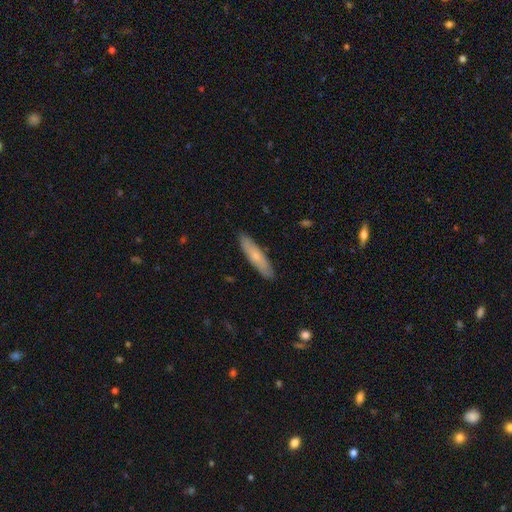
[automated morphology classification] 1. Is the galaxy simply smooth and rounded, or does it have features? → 65% smooth, 29% featured or disk, 6% star or artifact.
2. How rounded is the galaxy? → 80% cigar-shaped, 18% in between, 2% round.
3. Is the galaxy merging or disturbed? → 89% none, 9% minor disturbance, 2% major disturbance, 1% merger.